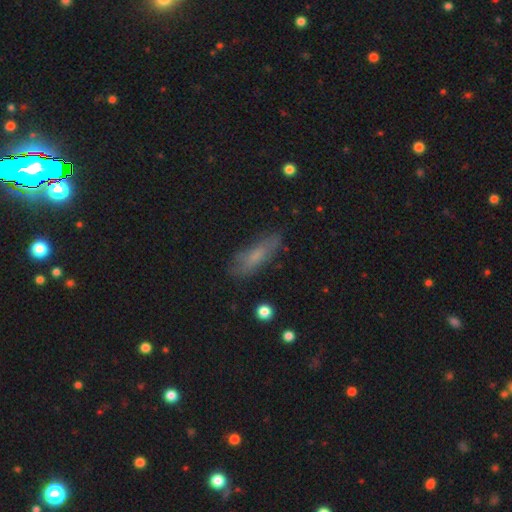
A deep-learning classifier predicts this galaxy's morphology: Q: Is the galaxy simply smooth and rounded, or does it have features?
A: smooth — 62%.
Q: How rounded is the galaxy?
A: cigar-shaped — 55%.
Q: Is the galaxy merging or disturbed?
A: none — 74%.